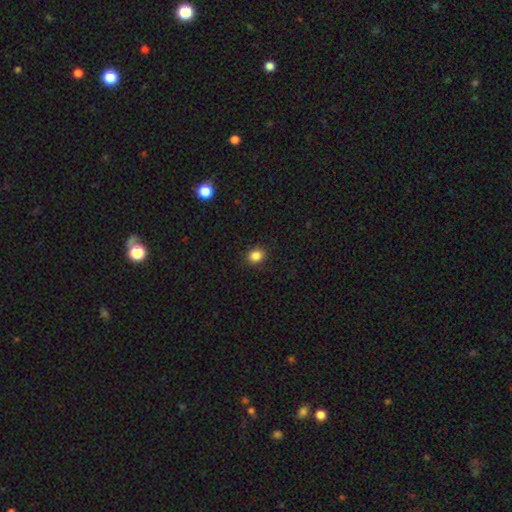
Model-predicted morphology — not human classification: Smooth or featured? Predicted: smooth (p=0.85). How rounded? Predicted: round (p=0.64). Merging? Predicted: none (p=0.89).